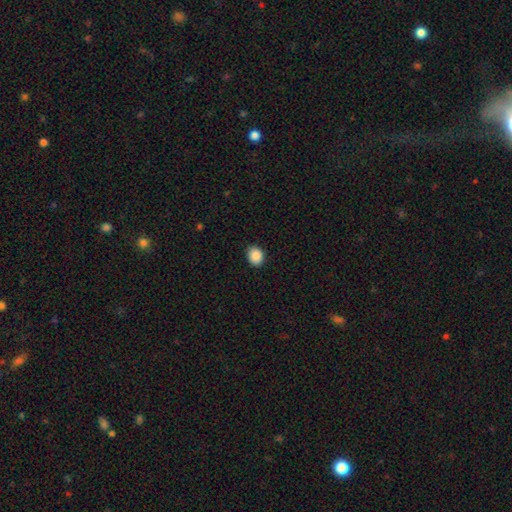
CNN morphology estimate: Smooth or featured?
  - smooth: 89% *
  - star or artifact: 8%
  - featured or disk: 2%
How rounded?
  - round: 52% *
  - in between: 48%
  - cigar-shaped: 1%
Merging?
  - none: 88% *
  - minor disturbance: 9%
  - major disturbance: 2%
  - merger: 1%